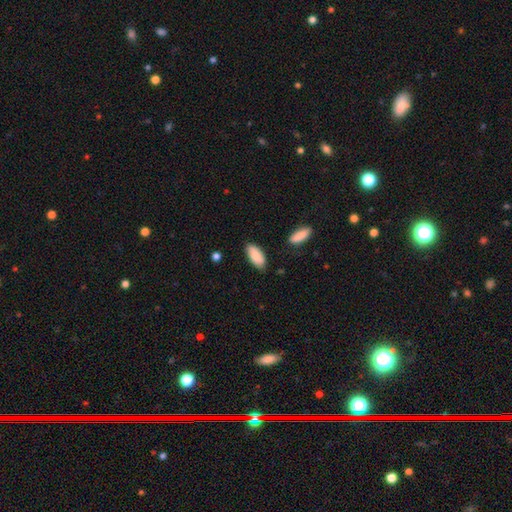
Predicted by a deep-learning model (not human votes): This appears to be a smooth galaxy with no disk features (87%) that is in between round and cigar-shaped (87%). Merging: none (80%).